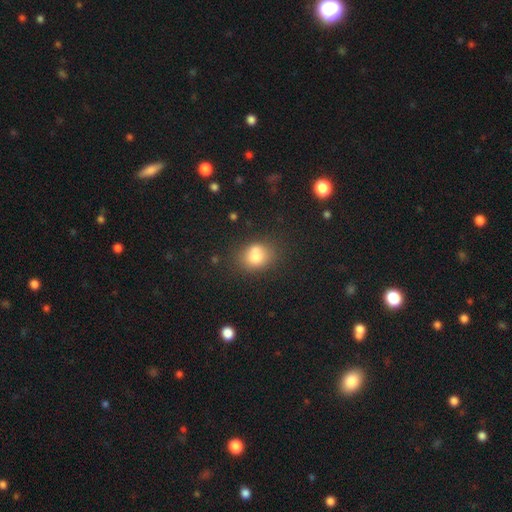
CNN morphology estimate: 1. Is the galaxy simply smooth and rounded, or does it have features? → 74% smooth, 14% featured or disk, 12% star or artifact.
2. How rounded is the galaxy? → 55% round, 44% in between, 1% cigar-shaped.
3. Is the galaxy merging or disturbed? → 48% none, 30% merger, 16% minor disturbance, 6% major disturbance.